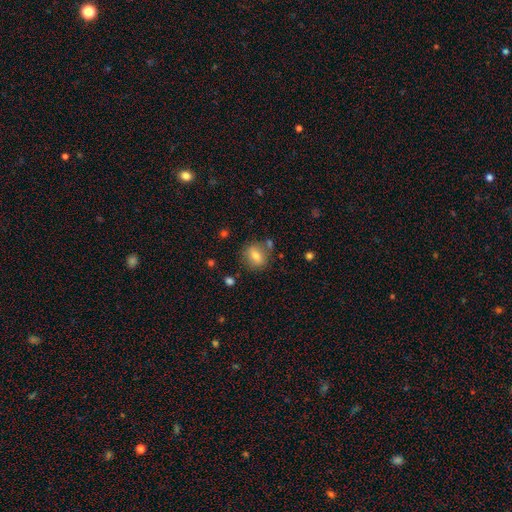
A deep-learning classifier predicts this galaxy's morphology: The model was most divided on "how rounded": round: 59%, in between: 39%, cigar-shaped: 2%. More confident: merging — none (76%); smooth or featured — smooth (75%).